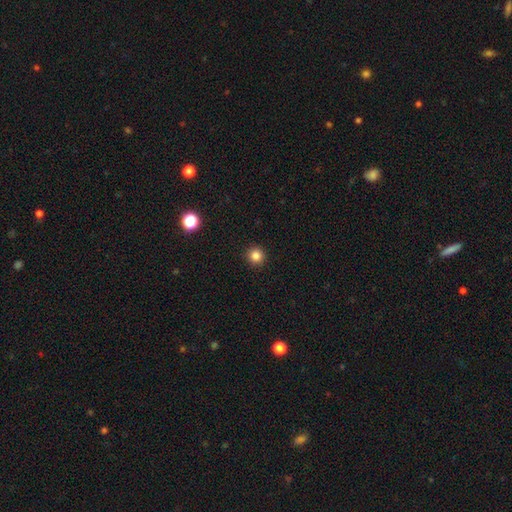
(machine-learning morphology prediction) Smooth or featured? Predicted: smooth (p=0.84). How rounded? Predicted: round (p=0.95). Merging? Predicted: none (p=0.93).